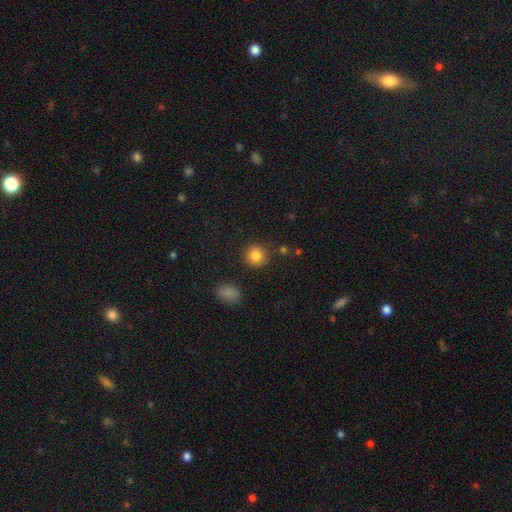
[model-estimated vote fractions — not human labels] This appears to be a smooth galaxy with no disk features (85%) that is round (92%). Merging: none (88%).